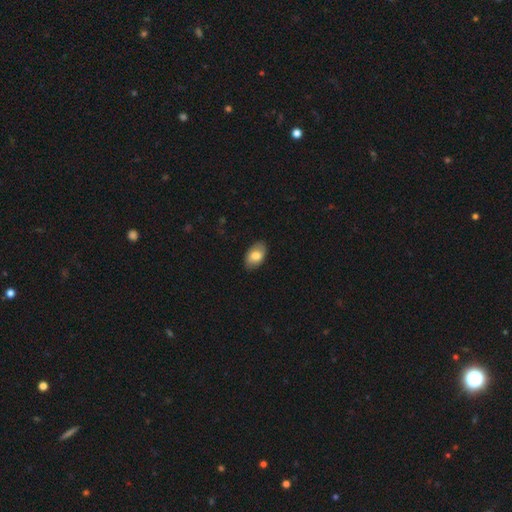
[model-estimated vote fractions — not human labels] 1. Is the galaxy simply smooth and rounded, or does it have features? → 77% smooth, 16% featured or disk, 6% star or artifact.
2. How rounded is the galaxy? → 93% in between, 6% round, 1% cigar-shaped.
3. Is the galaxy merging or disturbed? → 85% none, 12% minor disturbance, 2% major disturbance, 1% merger.